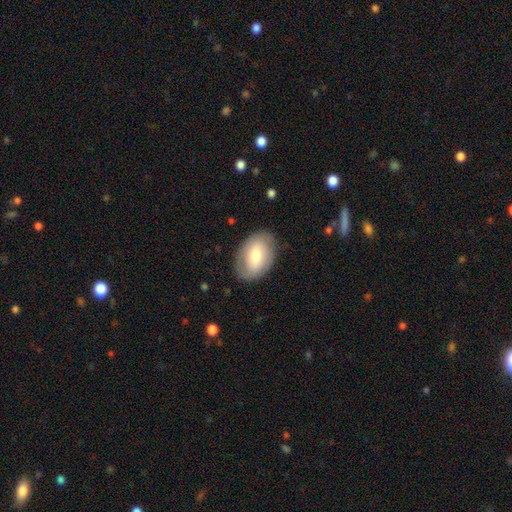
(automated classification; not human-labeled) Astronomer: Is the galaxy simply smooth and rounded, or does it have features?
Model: smooth — 63%.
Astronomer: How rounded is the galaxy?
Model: in between — 84%.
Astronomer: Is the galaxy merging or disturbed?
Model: none — 82%.